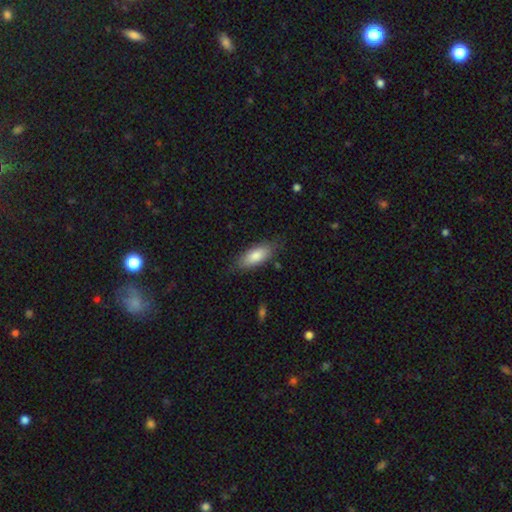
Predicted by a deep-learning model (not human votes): smooth-or-featured: smooth: 81% | featured or disk: 13% | star or artifact: 6%
  how-rounded: in between: 74% | cigar-shaped: 24% | round: 2%
  merging: none: 81% | minor disturbance: 15% | major disturbance: 3% | merger: 1%